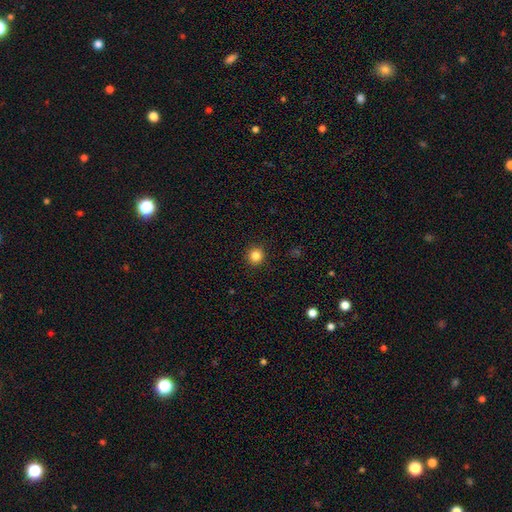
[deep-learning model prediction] Smooth or featured?
  - smooth: 84% *
  - star or artifact: 12%
  - featured or disk: 4%
How rounded?
  - round: 93% *
  - in between: 6%
  - cigar-shaped: 1%
Merging?
  - none: 92% *
  - minor disturbance: 5%
  - major disturbance: 2%
  - merger: 1%